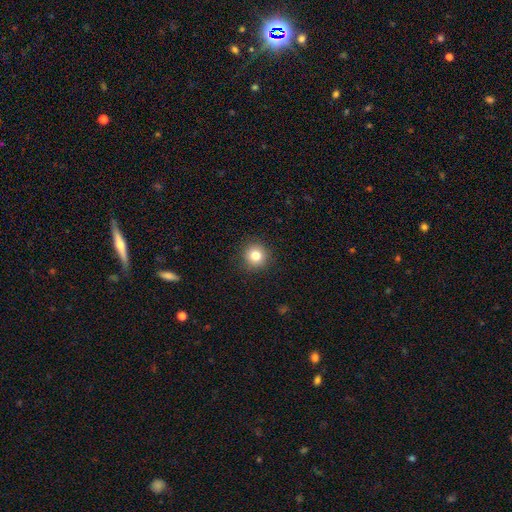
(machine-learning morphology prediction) Q: Smooth or featured?
A: smooth (82%); runner-up: star or artifact (11%)
Q: How rounded?
A: round (93%); runner-up: in between (6%)
Q: Merging?
A: none (91%); runner-up: minor disturbance (6%)